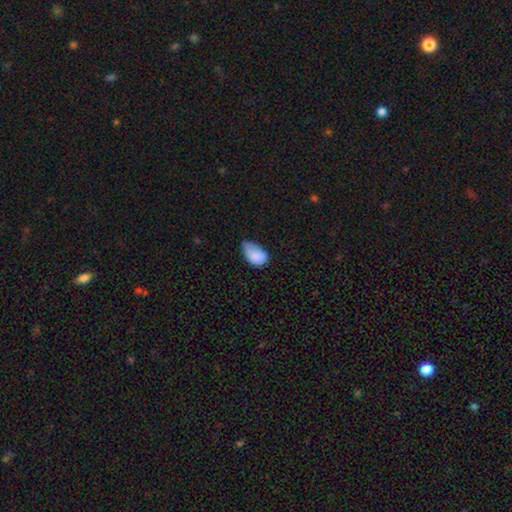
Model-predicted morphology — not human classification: Q: Smooth or featured?
A: smooth (85%); runner-up: star or artifact (8%)
Q: How rounded?
A: in between (90%); runner-up: round (8%)
Q: Merging?
A: minor disturbance (55%); runner-up: none (28%)